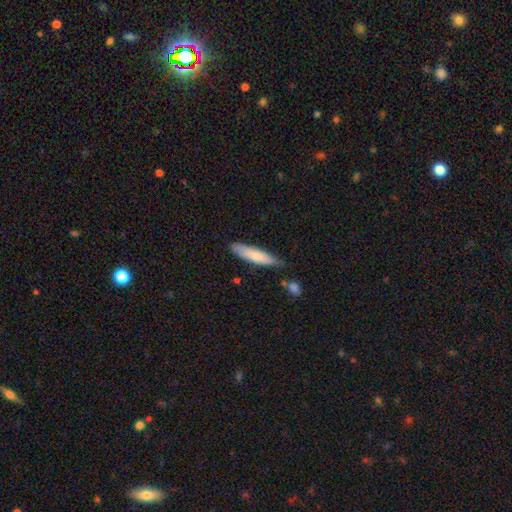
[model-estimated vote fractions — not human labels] Smooth or featured?
  - smooth: 75% *
  - featured or disk: 19%
  - star or artifact: 5%
How rounded?
  - cigar-shaped: 77% *
  - in between: 21%
  - round: 1%
Merging?
  - none: 72% *
  - minor disturbance: 20%
  - merger: 4%
  - major disturbance: 3%